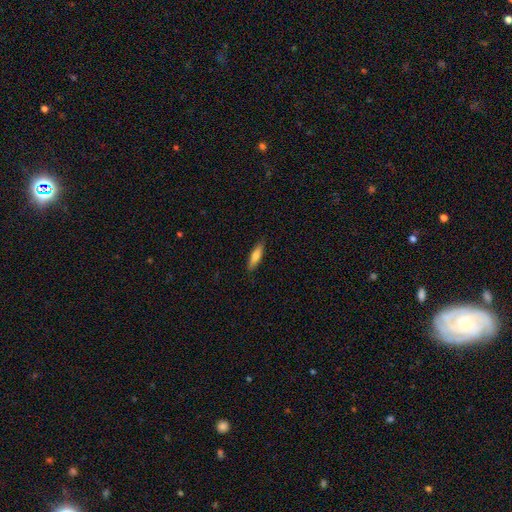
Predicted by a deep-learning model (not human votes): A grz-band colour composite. It shows a smooth galaxy with no disk features (72%) that is cigar-shaped (66%). Merging: none (88%).